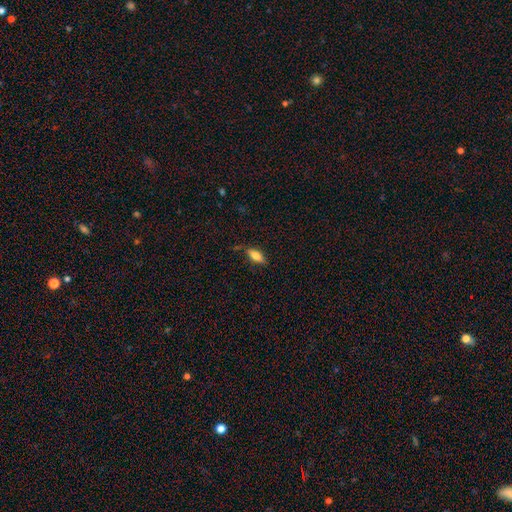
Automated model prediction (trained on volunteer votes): Q: Smooth or featured?
A: smooth (77%); runner-up: featured or disk (15%)
Q: How rounded?
A: in between (75%); runner-up: cigar-shaped (23%)
Q: Merging?
A: none (70%); runner-up: minor disturbance (22%)